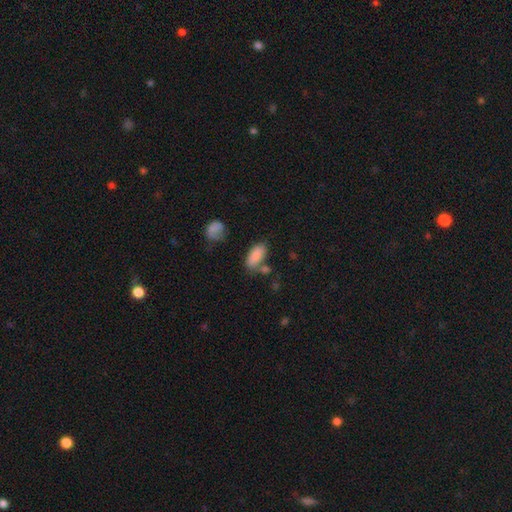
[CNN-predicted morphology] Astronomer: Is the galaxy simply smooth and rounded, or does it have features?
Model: smooth — 86%.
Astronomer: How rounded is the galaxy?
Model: in between — 89%.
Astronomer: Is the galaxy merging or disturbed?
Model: none — 60%.